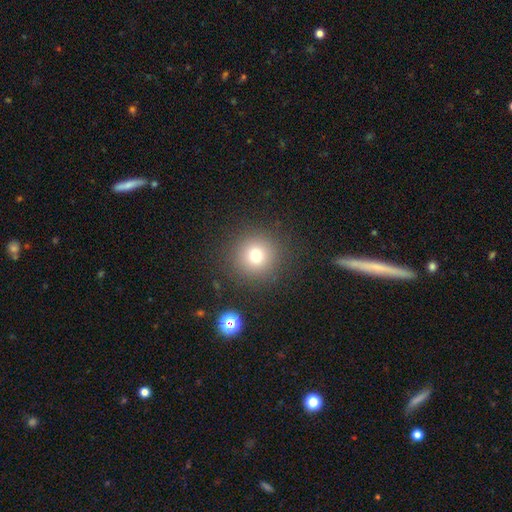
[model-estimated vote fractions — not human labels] A smooth galaxy with no disk features (75%) that is round (94%).

Vote fractions:
- Smooth or featured? smooth: 75% / star or artifact: 15% / featured or disk: 10%
- How rounded? round: 94% / in between: 5% / cigar-shaped: 1%
- Merging? none: 87% / minor disturbance: 7% / major disturbance: 4% / merger: 2%